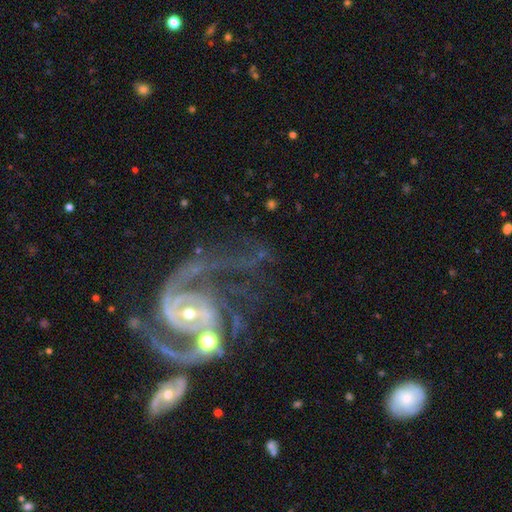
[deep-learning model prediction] A featured or disk galaxy (90%) with no bar (44%), 2 (73%) medium (50%) spiral arms (97%) and a small central bulge (63%). Merging: none (32%).